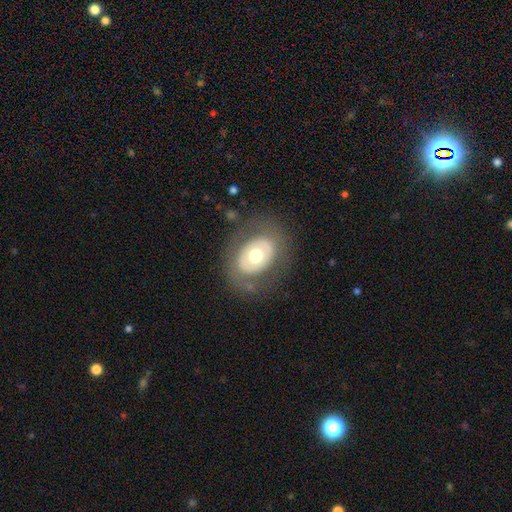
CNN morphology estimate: smooth 48%, featured or disk 45%, star or artifact 7%. Down the decision tree: merging — none (76%).